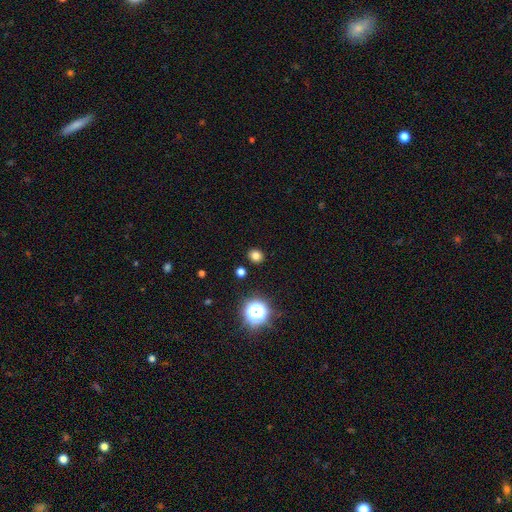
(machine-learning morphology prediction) Smooth or featured?
  - smooth: 77% *
  - star or artifact: 18%
  - featured or disk: 5%
How rounded?
  - round: 77% *
  - in between: 22%
  - cigar-shaped: 1%
Merging?
  - none: 89% *
  - minor disturbance: 6%
  - major disturbance: 2%
  - merger: 2%